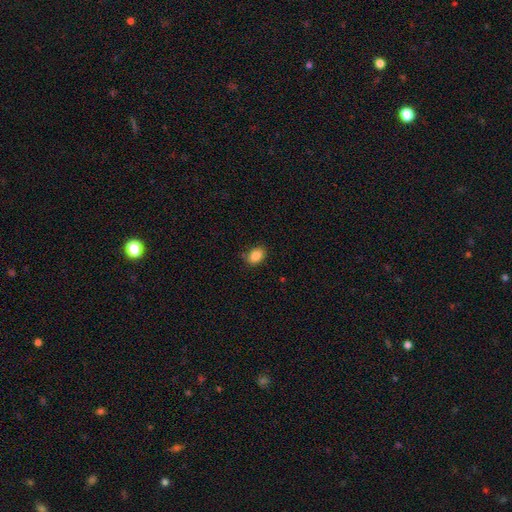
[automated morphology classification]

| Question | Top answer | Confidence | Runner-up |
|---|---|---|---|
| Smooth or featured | smooth | 87% | star or artifact (9%) |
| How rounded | in between | 75% | round (24%) |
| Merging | none | 80% | minor disturbance (15%) |